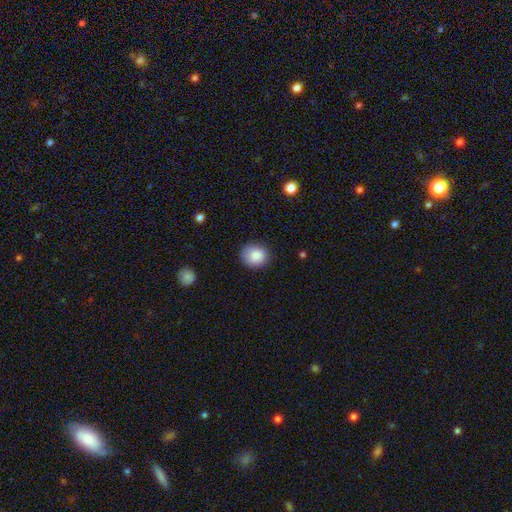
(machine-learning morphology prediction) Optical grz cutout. It shows a smooth galaxy with no disk features (87%) that is round (79%). Merging: none (84%).